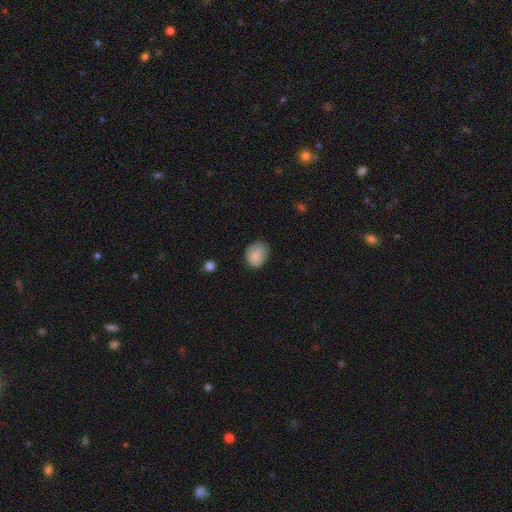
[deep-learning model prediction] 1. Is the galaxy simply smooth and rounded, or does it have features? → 85% smooth, 8% star or artifact, 7% featured or disk.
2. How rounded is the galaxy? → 52% round, 47% in between, 1% cigar-shaped.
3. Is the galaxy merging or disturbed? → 74% none, 21% minor disturbance, 4% major disturbance, 1% merger.